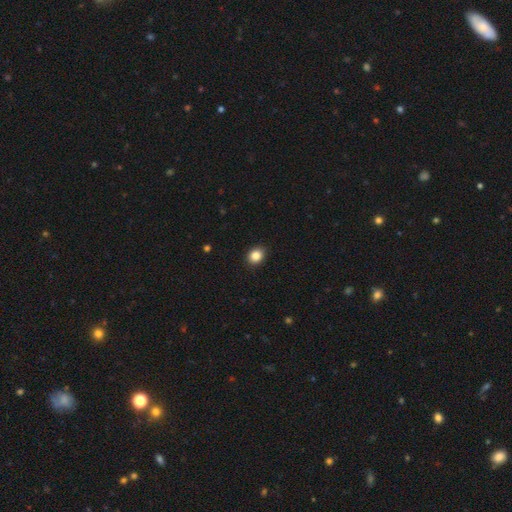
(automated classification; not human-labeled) A smooth galaxy with no disk features (85%) that is round (59%). Merging: none (90%).